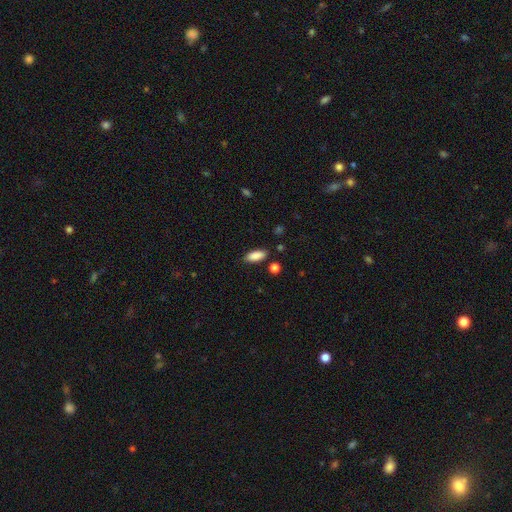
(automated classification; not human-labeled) Overall: smooth (88%). How rounded: in between (79%). Merging: none (84%).